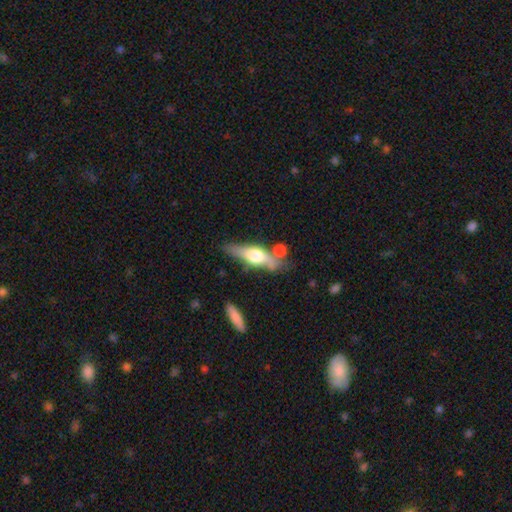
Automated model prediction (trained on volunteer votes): smooth_or_featured: featured or disk (p=0.58) [alt: smooth p=0.36]
disk_edge_on: yes (p=0.89) [alt: no p=0.11]
edge_on_bulge: rounded (p=0.93) [alt: boxy p=0.04]
merging: none (p=0.65) [alt: minor disturbance p=0.17]